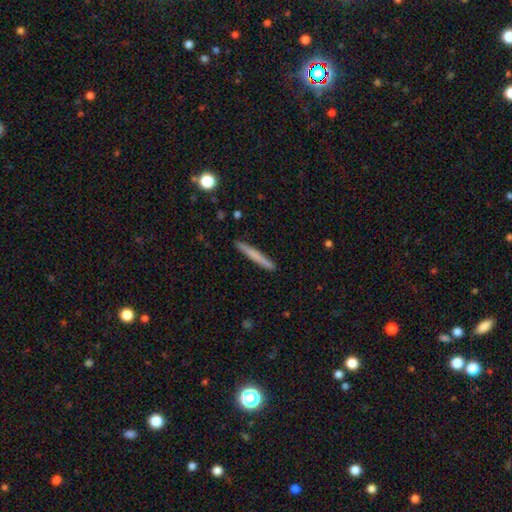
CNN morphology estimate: Smooth or featured: smooth — 67% (featured or disk — 27%)
How rounded: cigar-shaped — 97% (in between — 2%)
Merging: none — 91% (minor disturbance — 7%)